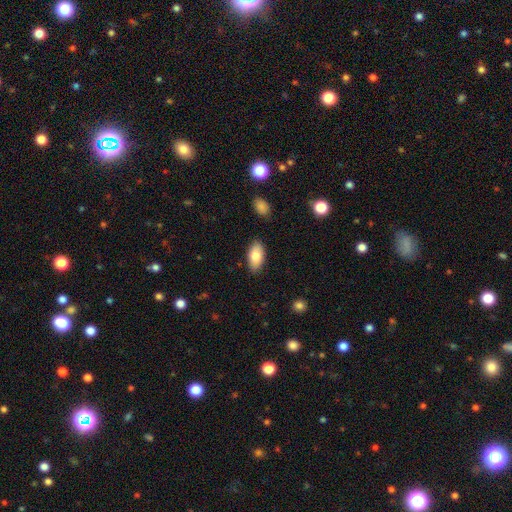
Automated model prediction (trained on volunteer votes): This is clearly a smooth galaxy (81%). How rounded: clearly in between (93%). Merging: clearly none (86%).